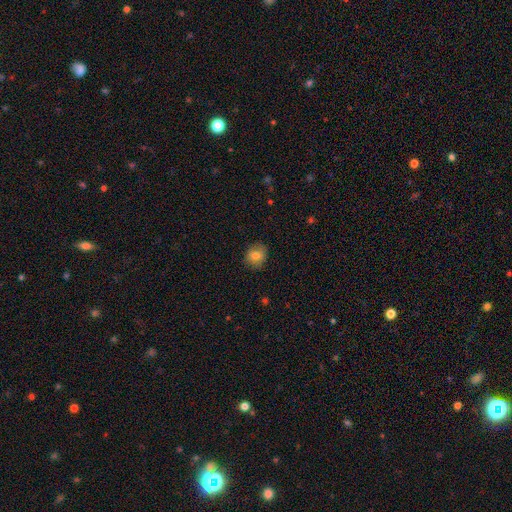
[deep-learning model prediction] This appears to be a smooth galaxy with no disk features (80%) that is round (73%). Merging: none (84%).